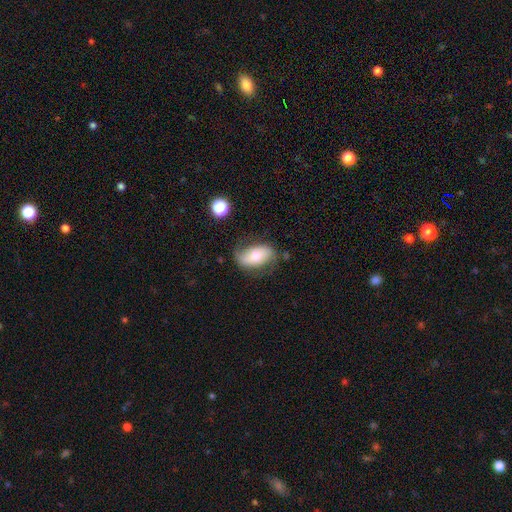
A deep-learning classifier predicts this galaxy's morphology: smooth 51%, featured or disk 41%, star or artifact 8%. Down the decision tree: how rounded — in between (90%); merging — none (62%).